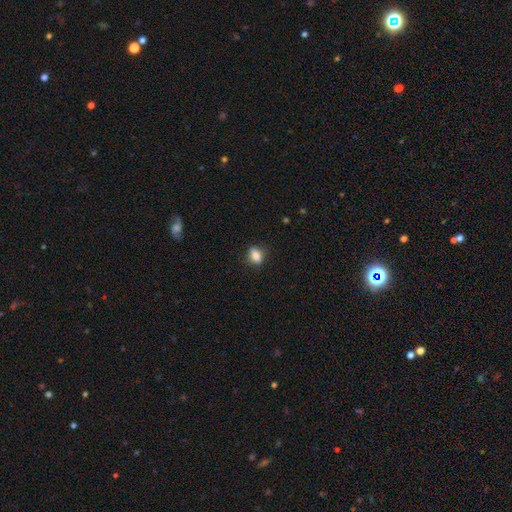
Overall: smooth (82%). How rounded: in between (88%). Merging: none (86%).